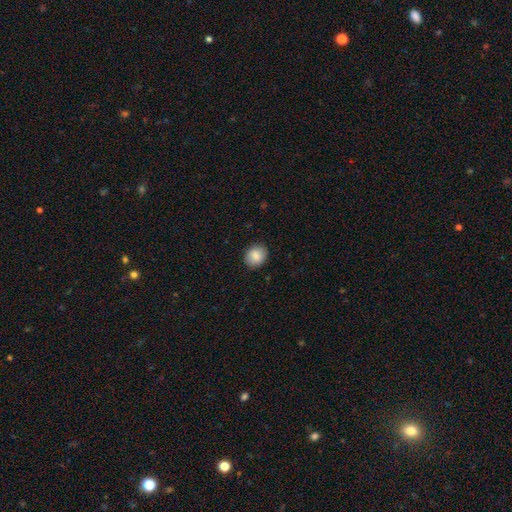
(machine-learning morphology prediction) smooth_or_featured: smooth (p=0.87) [alt: star or artifact p=0.08]
how_rounded: round (p=0.63) [alt: in between p=0.36]
merging: none (p=0.89) [alt: minor disturbance p=0.08]